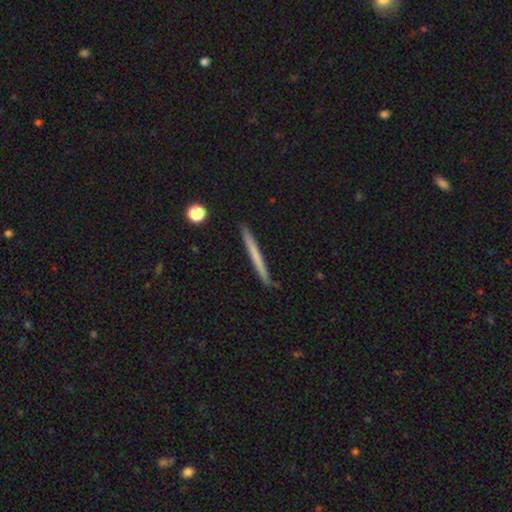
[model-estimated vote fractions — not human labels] Morphology: type=smooth (58%); roundness=cigar-shaped (97%); merging=none (91%).